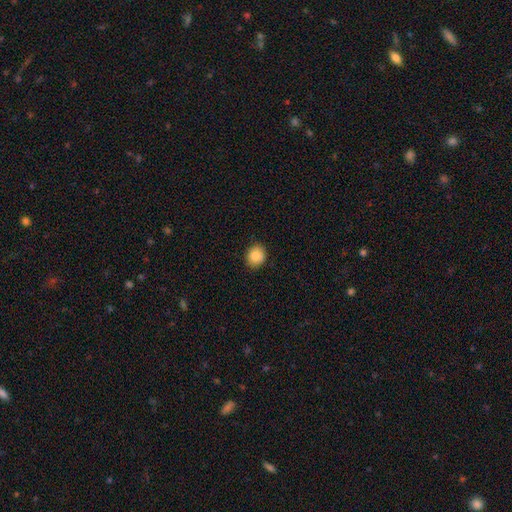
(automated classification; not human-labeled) Smooth or featured?
  - smooth: 85% *
  - star or artifact: 9%
  - featured or disk: 6%
How rounded?
  - round: 71% *
  - in between: 28%
  - cigar-shaped: 1%
Merging?
  - none: 88% *
  - minor disturbance: 9%
  - major disturbance: 2%
  - merger: 1%